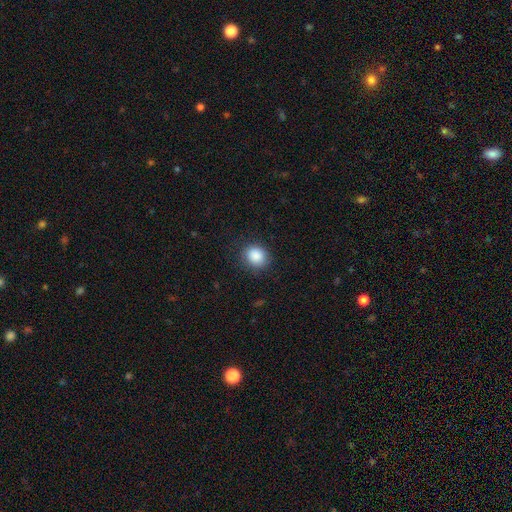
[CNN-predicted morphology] smooth-or-featured: smooth: 88% | star or artifact: 8% | featured or disk: 4%
  how-rounded: round: 75% | in between: 24% | cigar-shaped: 1%
  merging: none: 85% | minor disturbance: 11% | major disturbance: 3% | merger: 1%